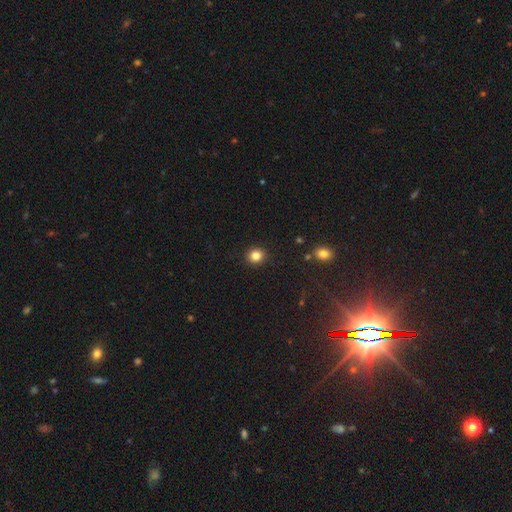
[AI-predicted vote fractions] A smooth galaxy with no disk features (83%) that is round (87%).

Vote fractions:
- Smooth or featured? smooth: 83% / star or artifact: 12% / featured or disk: 5%
- How rounded? round: 87% / in between: 13% / cigar-shaped: 1%
- Merging? none: 92% / minor disturbance: 5% / major disturbance: 2% / merger: 1%